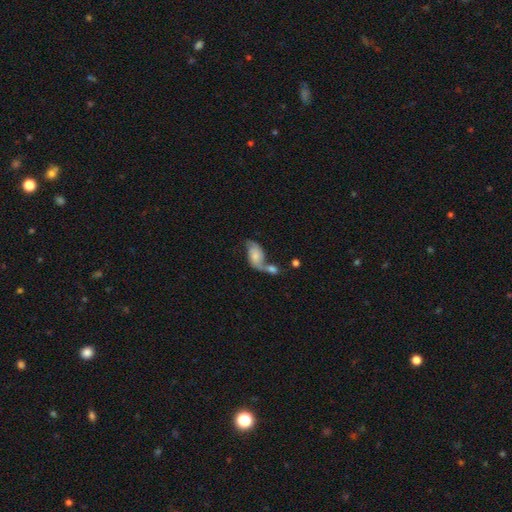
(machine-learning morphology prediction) type=featured or disk (60%); edge-on=no (96%); bar=no (69%); spiral arms=yes (86%); bulge=small (47%); merging=merger (53%).